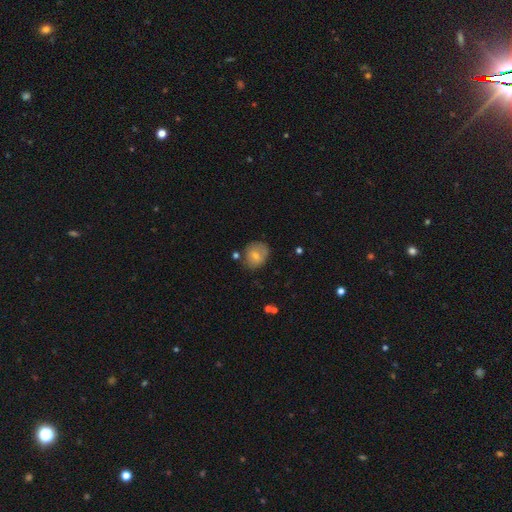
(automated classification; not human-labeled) A smooth galaxy with no disk features (71%) that is round (62%).

Vote fractions:
- Smooth or featured? smooth: 71% / featured or disk: 20% / star or artifact: 9%
- How rounded? round: 62% / in between: 37% / cigar-shaped: 1%
- Merging? none: 66% / minor disturbance: 23% / major disturbance: 6% / merger: 5%